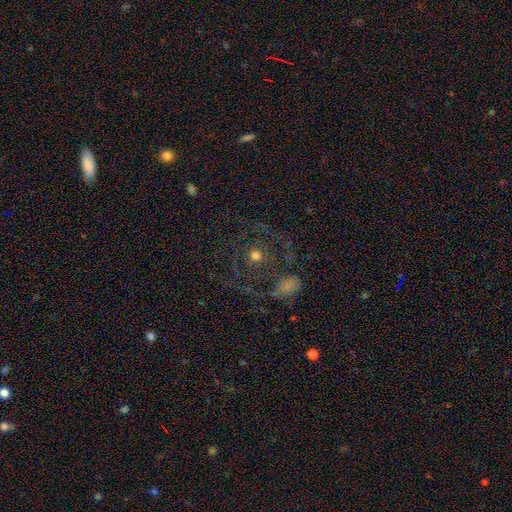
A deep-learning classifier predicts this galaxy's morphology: Smooth or featured? Predicted: featured or disk (p=0.40). Merging? Predicted: none (p=0.71).